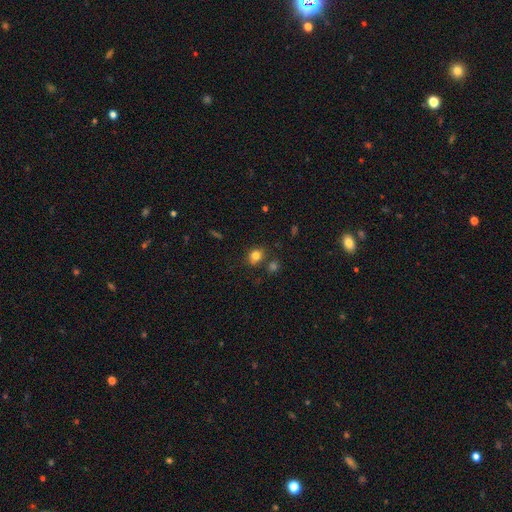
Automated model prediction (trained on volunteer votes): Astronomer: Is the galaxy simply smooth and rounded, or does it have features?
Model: smooth — 80%.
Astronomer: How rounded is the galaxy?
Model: round — 65%.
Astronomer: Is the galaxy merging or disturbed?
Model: none — 72%.